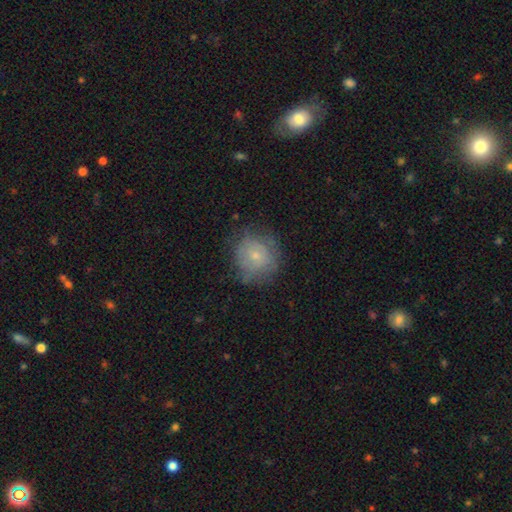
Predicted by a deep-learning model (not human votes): Smooth or featured?
  - smooth: 61% *
  - featured or disk: 29%
  - star or artifact: 9%
How rounded?
  - round: 86% *
  - in between: 13%
  - cigar-shaped: 1%
Merging?
  - none: 67% *
  - minor disturbance: 23%
  - major disturbance: 9%
  - merger: 1%